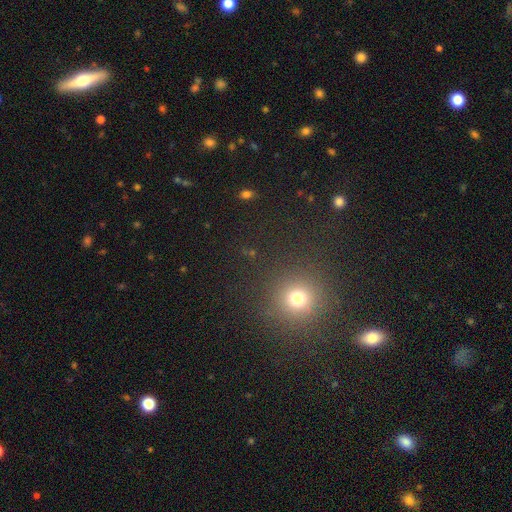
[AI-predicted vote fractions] Smooth or featured? Predicted: smooth (p=0.55). How rounded? Predicted: round (p=0.94). Merging? Predicted: none (p=0.90).